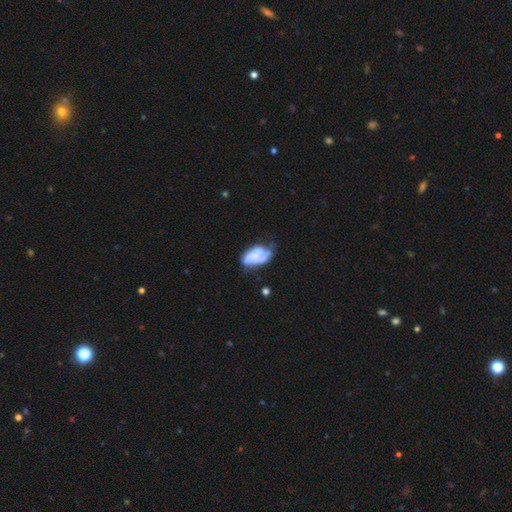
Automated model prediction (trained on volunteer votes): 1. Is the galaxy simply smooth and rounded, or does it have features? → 61% featured or disk, 31% smooth, 7% star or artifact.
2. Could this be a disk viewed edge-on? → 97% no, 3% yes.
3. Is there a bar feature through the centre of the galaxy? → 70% no, 23% weak, 7% strong.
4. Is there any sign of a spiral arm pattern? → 72% yes, 28% no.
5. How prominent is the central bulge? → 42% none, 33% small, 19% moderate, 5% large, 2% dominant.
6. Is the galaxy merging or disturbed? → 41% none, 30% minor disturbance, 21% major disturbance, 9% merger.